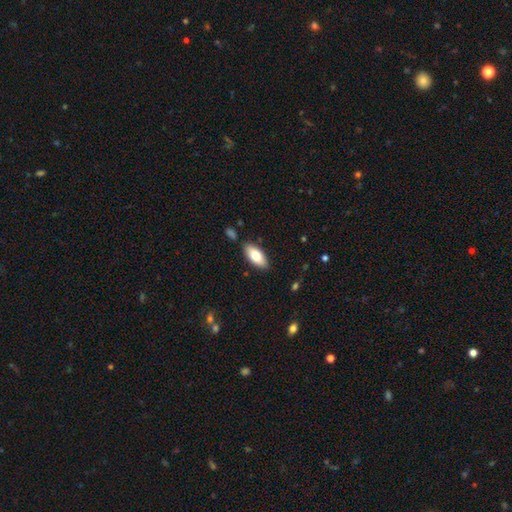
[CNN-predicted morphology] Q: Smooth or featured?
A: smooth (77%); runner-up: featured or disk (17%)
Q: How rounded?
A: in between (88%); runner-up: cigar-shaped (10%)
Q: Merging?
A: none (85%); runner-up: minor disturbance (11%)